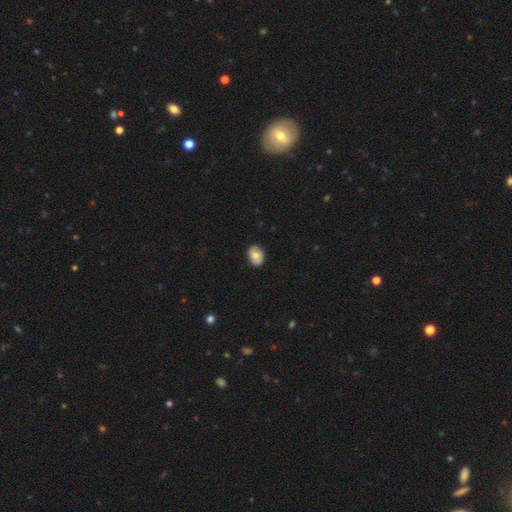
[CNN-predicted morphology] Q: Smooth or featured?
A: smooth (72%); runner-up: featured or disk (20%)
Q: How rounded?
A: in between (74%); runner-up: round (24%)
Q: Merging?
A: none (87%); runner-up: minor disturbance (10%)